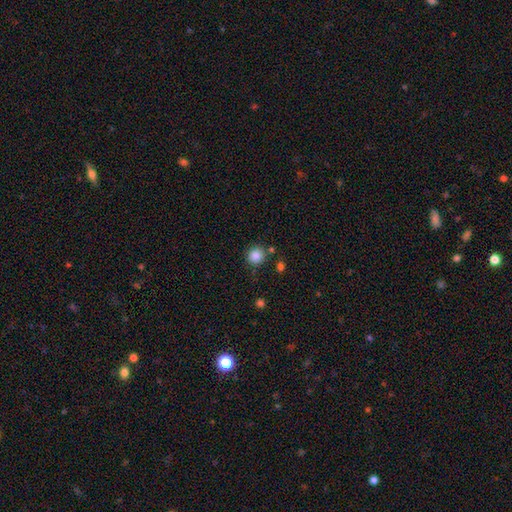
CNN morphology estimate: This is clearly a smooth galaxy (86%). How rounded: clearly round (91%). Merging: clearly none (81%).